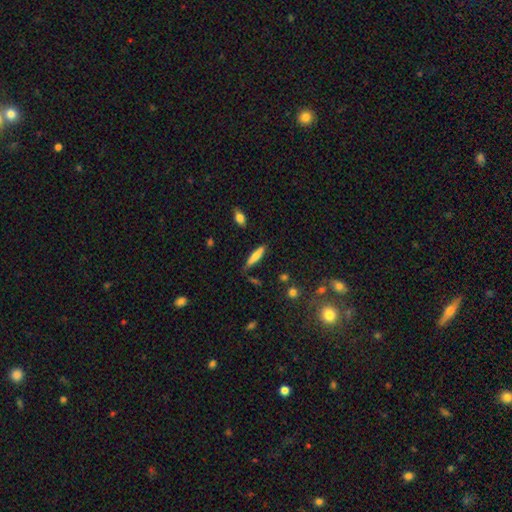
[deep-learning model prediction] Smooth or featured? Predicted: smooth (p=0.66). How rounded? Predicted: cigar-shaped (p=0.80). Merging? Predicted: none (p=0.73).